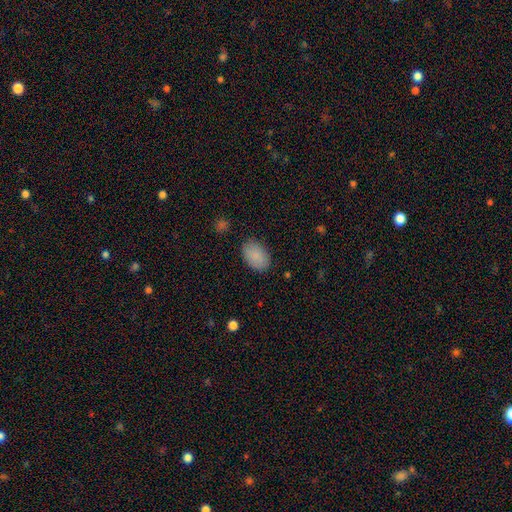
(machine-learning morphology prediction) Smooth or featured?
  - smooth: 88% *
  - star or artifact: 7%
  - featured or disk: 5%
How rounded?
  - in between: 88% *
  - round: 11%
  - cigar-shaped: 1%
Merging?
  - none: 85% *
  - minor disturbance: 11%
  - major disturbance: 3%
  - merger: 1%